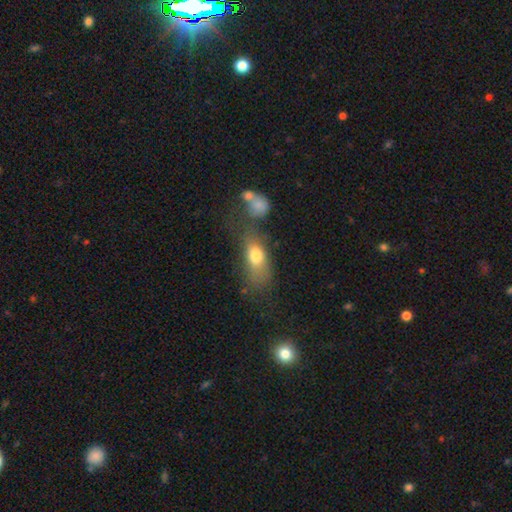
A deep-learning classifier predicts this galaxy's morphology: A smooth galaxy with no disk features (73%) that is in between round and cigar-shaped (79%).

Vote fractions:
- Smooth or featured? smooth: 73% / featured or disk: 18% / star or artifact: 9%
- How rounded? in between: 79% / cigar-shaped: 11% / round: 10%
- Merging? none: 39% / minor disturbance: 22% / major disturbance: 20% / merger: 19%